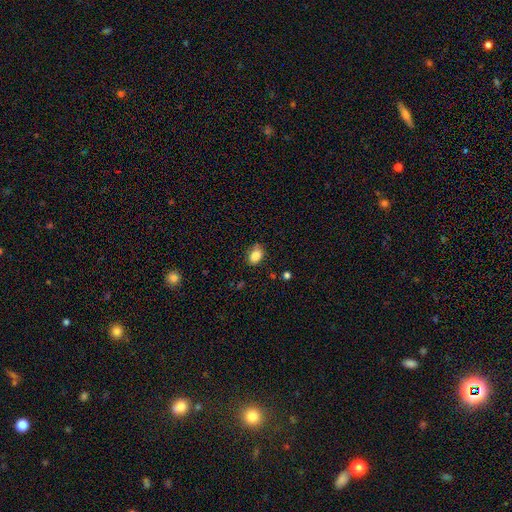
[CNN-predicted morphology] This appears to be a smooth galaxy with no disk features (84%) that is in between round and cigar-shaped (74%). Merging: none (76%).